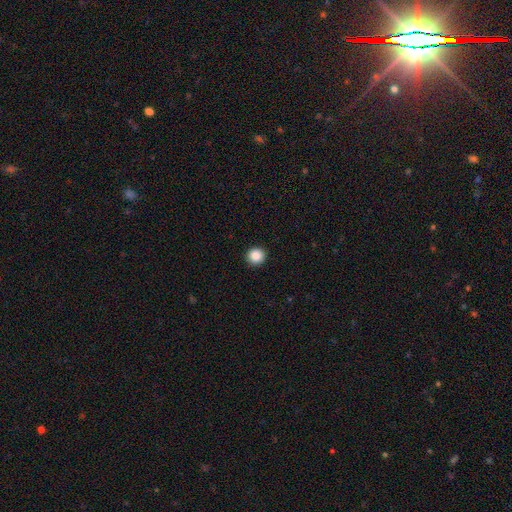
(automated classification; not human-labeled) Smooth or featured?
  - smooth: 87% *
  - star or artifact: 9%
  - featured or disk: 4%
How rounded?
  - round: 94% *
  - in between: 5%
  - cigar-shaped: 1%
Merging?
  - none: 93% *
  - minor disturbance: 4%
  - major disturbance: 1%
  - merger: 1%